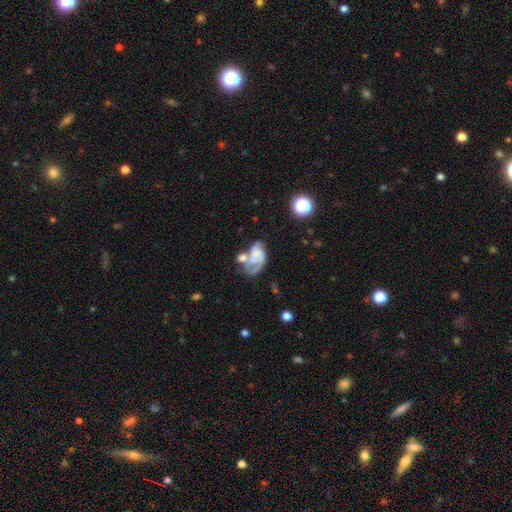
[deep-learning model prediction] This is possibly a featured or disk galaxy (56%). It is clearly not viewed edge-on (97%). Bar: likely no (76%). Spiral arm pattern: possibly yes (58%). Central bulge: possibly none (52%). Merging: marginally merger (35%).